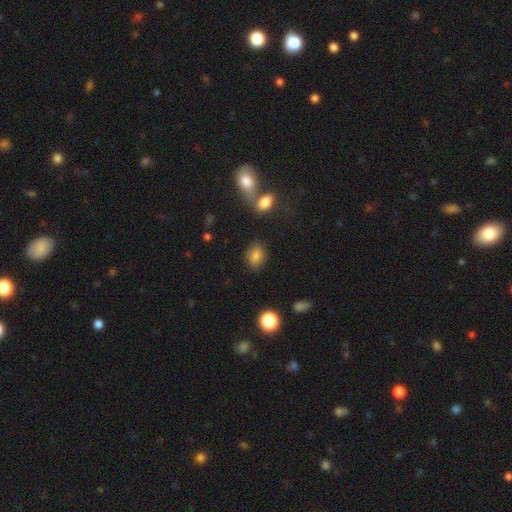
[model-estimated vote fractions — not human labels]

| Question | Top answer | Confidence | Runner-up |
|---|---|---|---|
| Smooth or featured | smooth | 81% | star or artifact (10%) |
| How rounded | in between | 67% | round (31%) |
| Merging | none | 80% | minor disturbance (12%) |